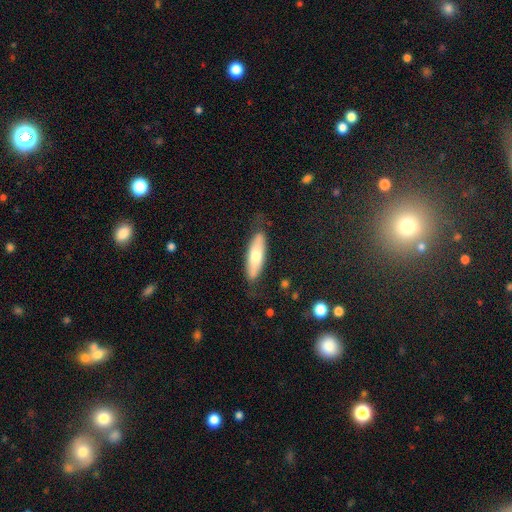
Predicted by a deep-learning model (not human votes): Overall: smooth (66%; featured or disk 29%). How rounded: cigar-shaped (52%; in between 47%). Merging: none (76%).